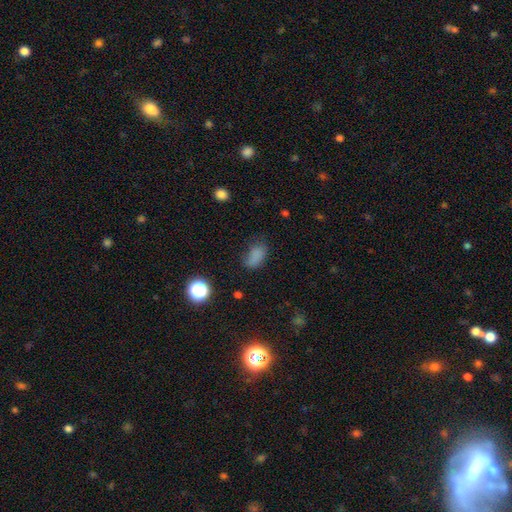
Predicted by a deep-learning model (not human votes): Smooth or featured: smooth — 78% (star or artifact — 15%)
How rounded: in between — 87% (round — 11%)
Merging: none — 62% (minor disturbance — 26%)